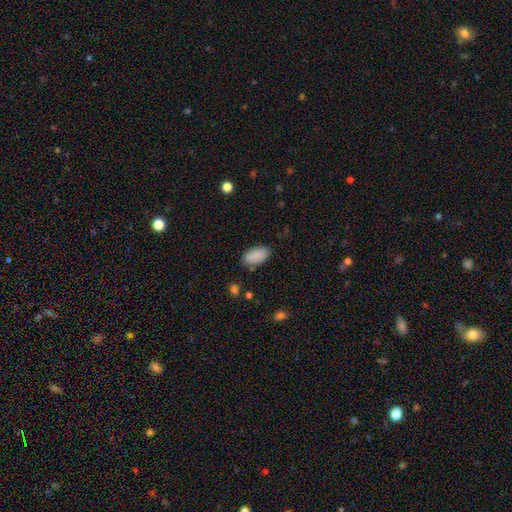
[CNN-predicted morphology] Q: Smooth or featured?
A: smooth (89%); runner-up: star or artifact (7%)
Q: How rounded?
A: in between (94%); runner-up: round (3%)
Q: Merging?
A: none (84%); runner-up: minor disturbance (11%)